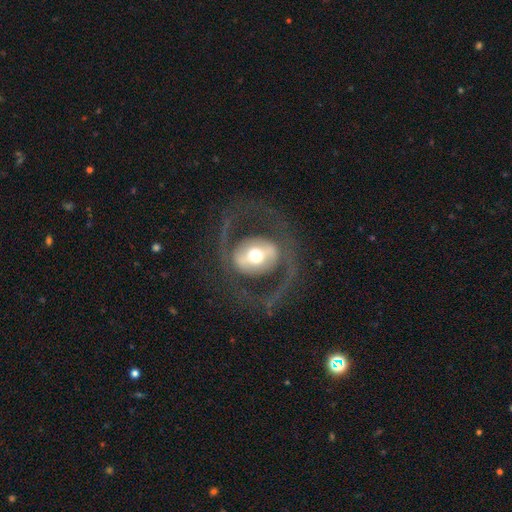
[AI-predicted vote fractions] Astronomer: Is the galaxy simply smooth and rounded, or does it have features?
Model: featured or disk — 73%.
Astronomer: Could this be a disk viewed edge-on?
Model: no — 94%.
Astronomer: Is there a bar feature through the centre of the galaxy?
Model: strong — 38% (runner-up: no, 35%).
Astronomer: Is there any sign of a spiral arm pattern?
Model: yes — 55% (runner-up: no, 45%).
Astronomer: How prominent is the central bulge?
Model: moderate — 61%.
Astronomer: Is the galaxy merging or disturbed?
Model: none — 70%.